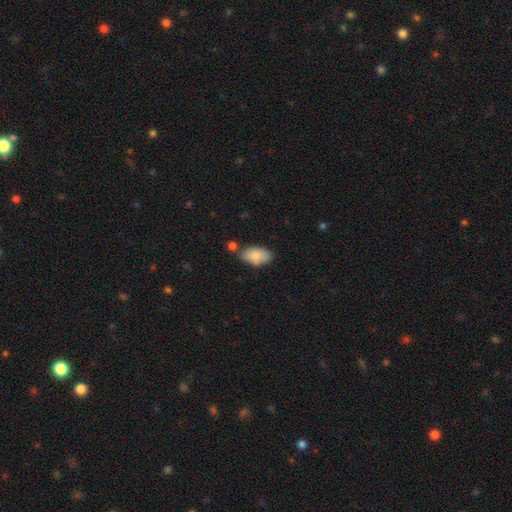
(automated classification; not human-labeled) Smooth or featured? Predicted: smooth (p=0.82). How rounded? Predicted: in between (p=0.94). Merging? Predicted: none (p=0.67).